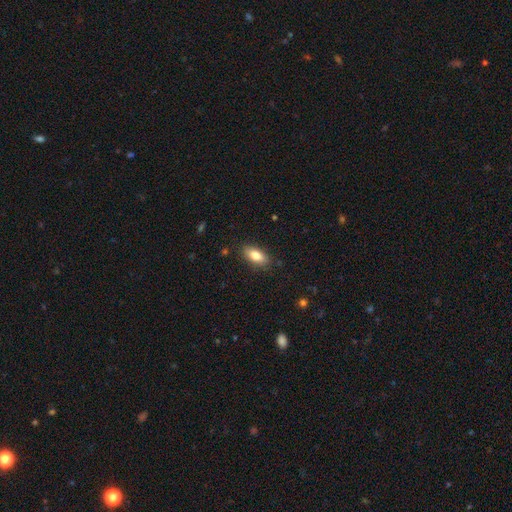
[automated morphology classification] Smooth or featured?
  - smooth: 82% *
  - featured or disk: 11%
  - star or artifact: 7%
How rounded?
  - in between: 87% *
  - cigar-shaped: 9%
  - round: 3%
Merging?
  - none: 86% *
  - minor disturbance: 11%
  - major disturbance: 2%
  - merger: 1%